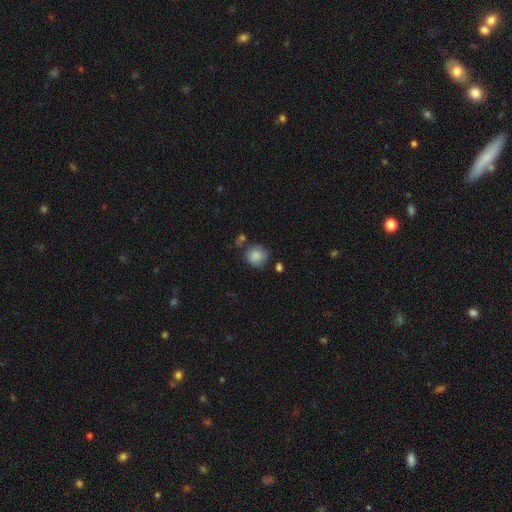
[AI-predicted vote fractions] Morphology: type=smooth (86%); roundness=round (87%); merging=none (68%).